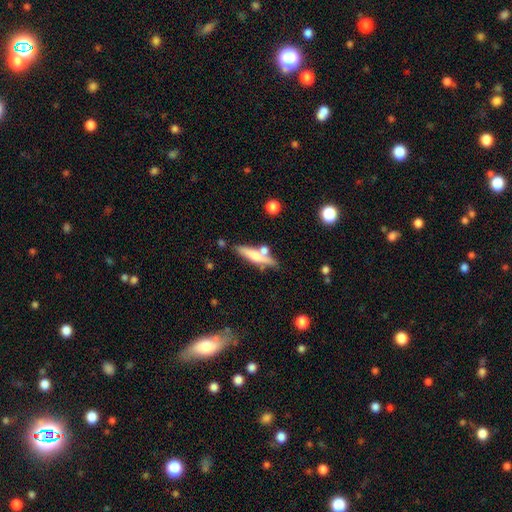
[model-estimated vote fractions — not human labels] A smooth galaxy with no disk features (54%) that is cigar-shaped (81%). Merging: none (66%).